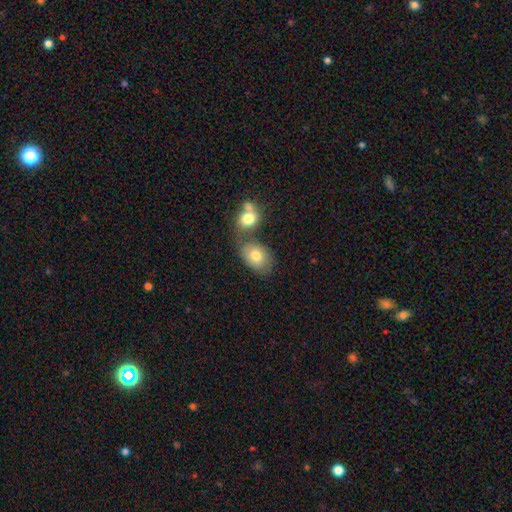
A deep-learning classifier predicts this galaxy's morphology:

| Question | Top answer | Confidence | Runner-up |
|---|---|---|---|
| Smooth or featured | smooth | 76% | featured or disk (16%) |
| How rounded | in between | 75% | round (24%) |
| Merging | none | 43% | merger (39%) |